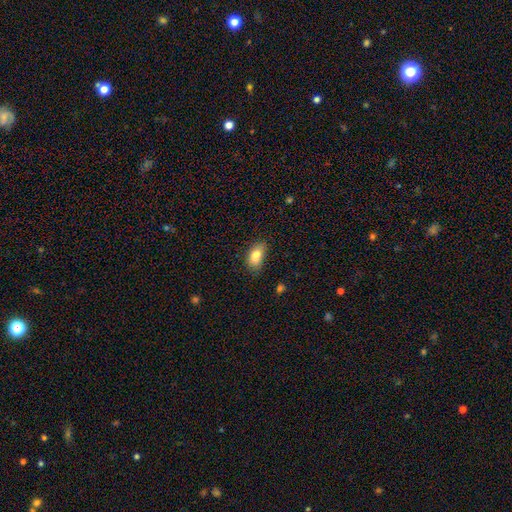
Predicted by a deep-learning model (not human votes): Q: Smooth or featured?
A: smooth (82%); runner-up: featured or disk (10%)
Q: How rounded?
A: in between (90%); runner-up: round (7%)
Q: Merging?
A: none (74%); runner-up: minor disturbance (21%)